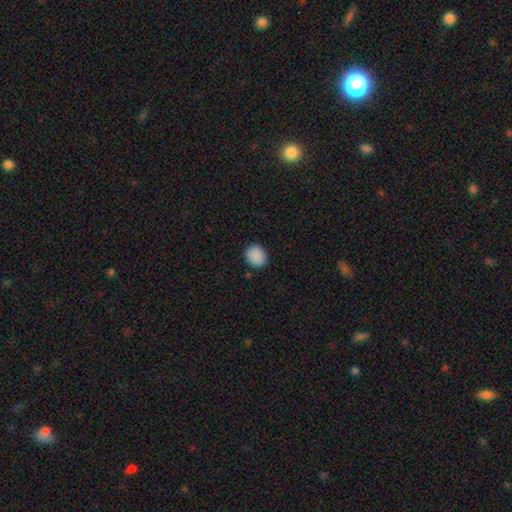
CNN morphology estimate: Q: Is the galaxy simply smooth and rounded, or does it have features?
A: smooth — 89%.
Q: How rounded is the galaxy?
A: round — 69%.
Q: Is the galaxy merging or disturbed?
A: none — 88%.